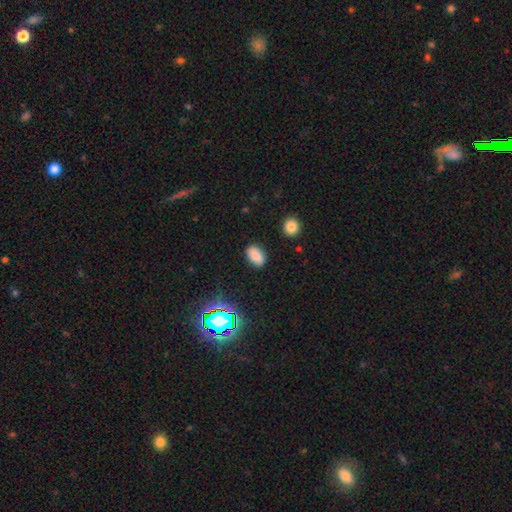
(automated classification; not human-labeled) Overall: smooth (77%). How rounded: in between (89%). Merging: none (85%).